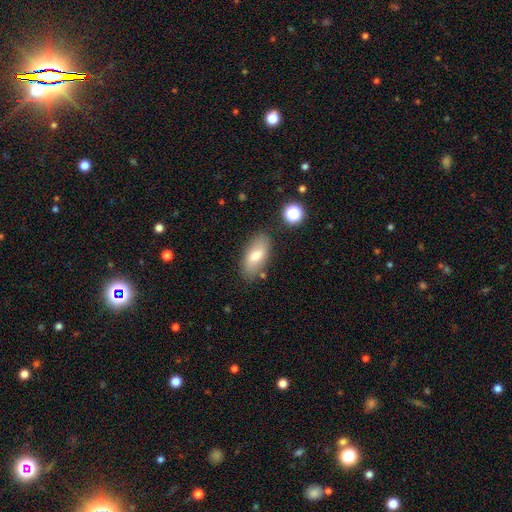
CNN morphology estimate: smooth_or_featured: smooth (p=0.70) [alt: featured or disk p=0.22]
how_rounded: in between (p=0.89) [alt: cigar-shaped p=0.08]
merging: none (p=0.80) [alt: minor disturbance p=0.13]